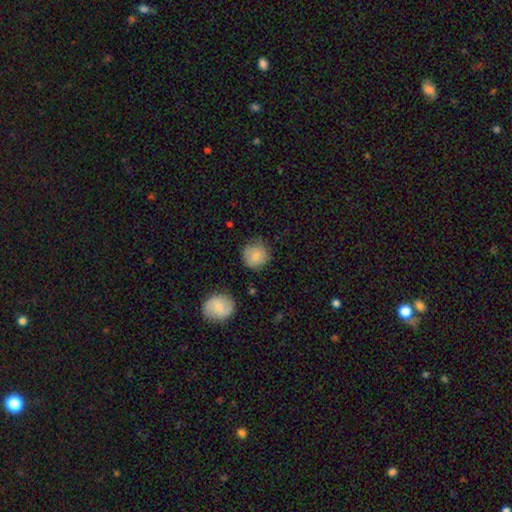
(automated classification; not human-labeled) smooth-or-featured: smooth: 82% | featured or disk: 11% | star or artifact: 8%
  how-rounded: round: 89% | in between: 10% | cigar-shaped: 1%
  merging: none: 74% | minor disturbance: 19% | major disturbance: 5% | merger: 2%